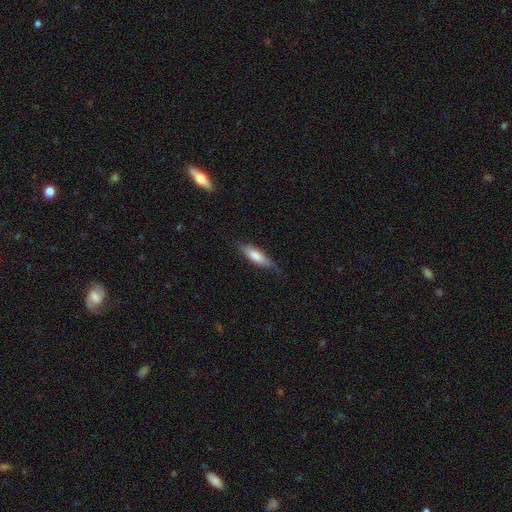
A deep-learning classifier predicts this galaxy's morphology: Smooth or featured? smooth (69%)
How rounded? cigar-shaped (55%)
Merging? none (65%)